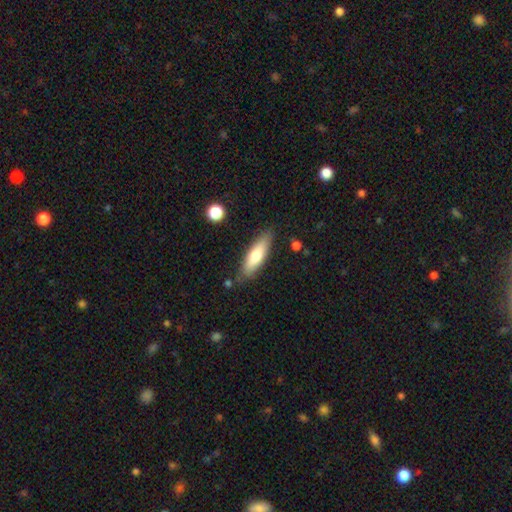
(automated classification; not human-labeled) The model was most divided on "how rounded": cigar-shaped: 56%, in between: 42%, round: 2%. More confident: merging — none (82%); smooth or featured — smooth (69%).